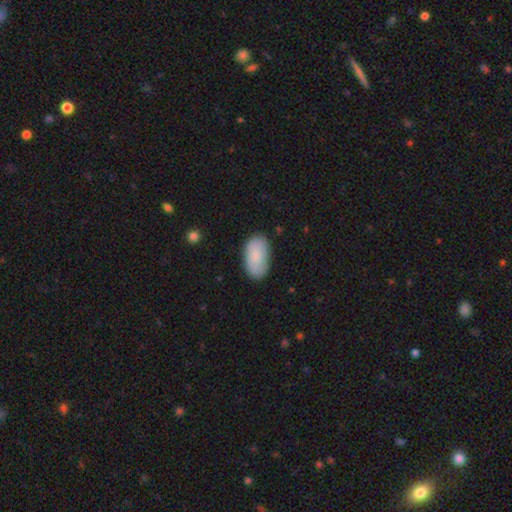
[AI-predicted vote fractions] Overall: smooth (83%). How rounded: in between (95%). Merging: none (82%).